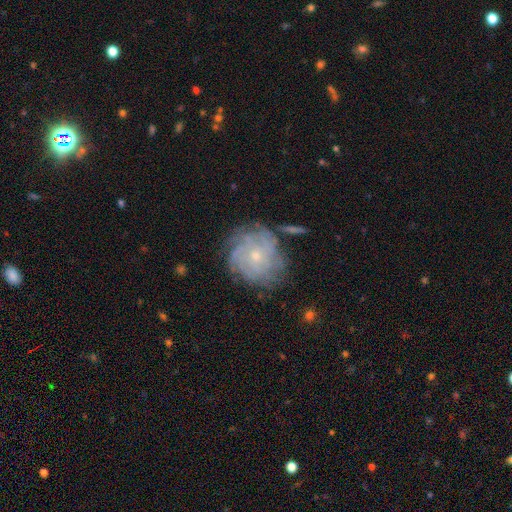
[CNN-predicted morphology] Smooth or featured?
  - featured or disk: 75% *
  - smooth: 16%
  - star or artifact: 10%
Edge-on disk?
  - no: 97% *
  - yes: 3%
Bar?
  - no: 81% *
  - weak: 17%
  - strong: 3%
Spiral arms?
  - yes: 90% *
  - no: 10%
Spiral winding?
  - tight: 72% *
  - medium: 21%
  - loose: 7%
Spiral arm count?
  - can't tell: 44% *
  - 4: 18%
  - more than 4: 15%
  - 3: 10%
  - 2: 7%
  - 1: 6%
Bulge size?
  - small: 76% *
  - moderate: 20%
  - none: 2%
  - large: 1%
  - dominant: 1%
Merging?
  - none: 69% *
  - minor disturbance: 18%
  - major disturbance: 8%
  - merger: 5%